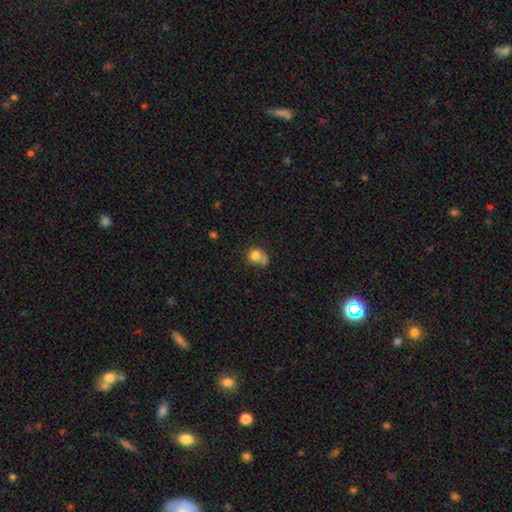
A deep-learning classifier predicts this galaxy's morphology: A smooth galaxy with no disk features (78%) that is round (75%).

Vote fractions:
- Smooth or featured? smooth: 78% / featured or disk: 11% / star or artifact: 10%
- How rounded? round: 75% / in between: 24% / cigar-shaped: 1%
- Merging? merger: 38% / none: 37% / minor disturbance: 15% / major disturbance: 10%